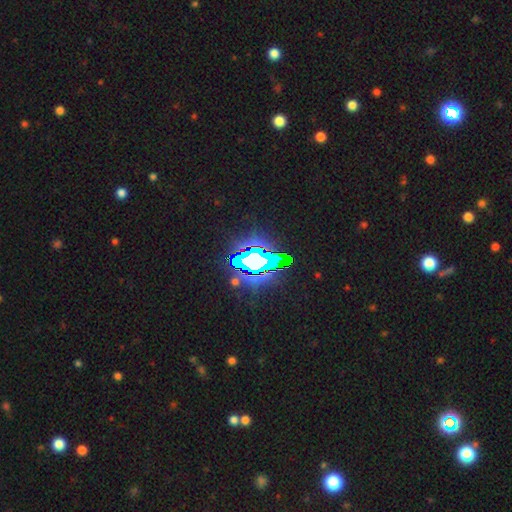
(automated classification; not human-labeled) This is clearly a star or artifact rather than a galaxy (83%).